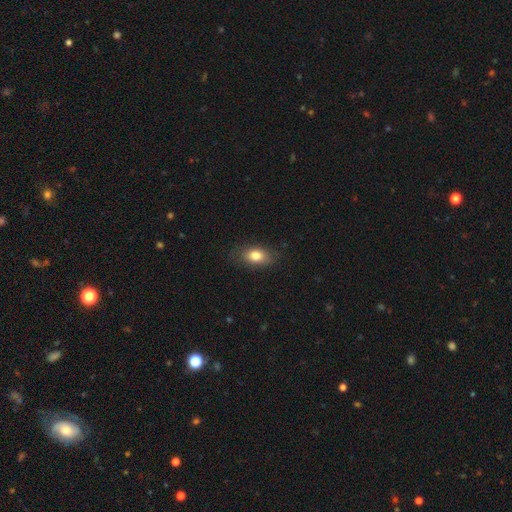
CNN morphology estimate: smooth 81%, featured or disk 11%, star or artifact 8%. Down the decision tree: how rounded — in between (85%); merging — none (80%).